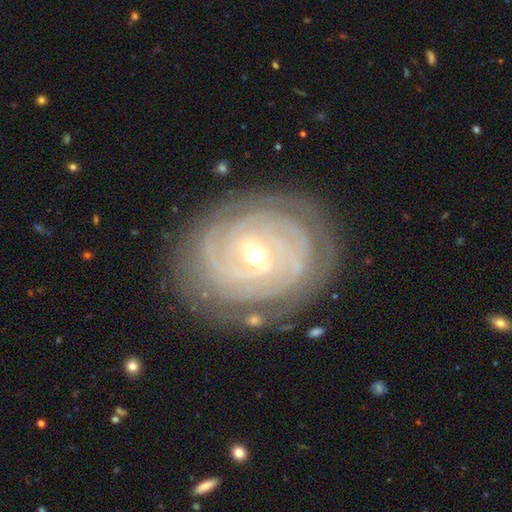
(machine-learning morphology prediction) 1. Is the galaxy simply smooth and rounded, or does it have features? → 90% featured or disk, 5% smooth, 5% star or artifact.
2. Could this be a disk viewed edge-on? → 97% no, 3% yes.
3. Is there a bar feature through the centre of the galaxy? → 43% no, 37% weak, 20% strong.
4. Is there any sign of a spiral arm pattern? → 97% yes, 3% no.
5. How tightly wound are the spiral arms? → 88% tight, 10% medium, 2% loose.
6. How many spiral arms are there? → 27% can't tell, 19% 4, 18% 3, 16% 2, 12% more than 4, 7% 1.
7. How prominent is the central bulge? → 50% moderate, 47% small, 2% large, 1% dominant, 1% none.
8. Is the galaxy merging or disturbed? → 83% none, 12% minor disturbance, 4% major disturbance, 1% merger.